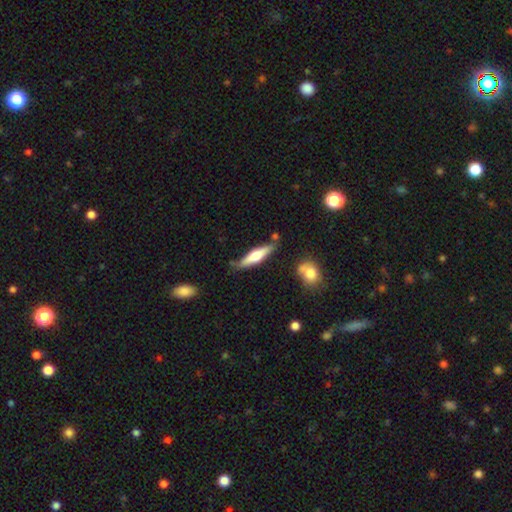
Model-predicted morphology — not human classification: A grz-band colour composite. It shows a featured or disk galaxy (51%) viewed edge-on (93%). Merging: none (77%).